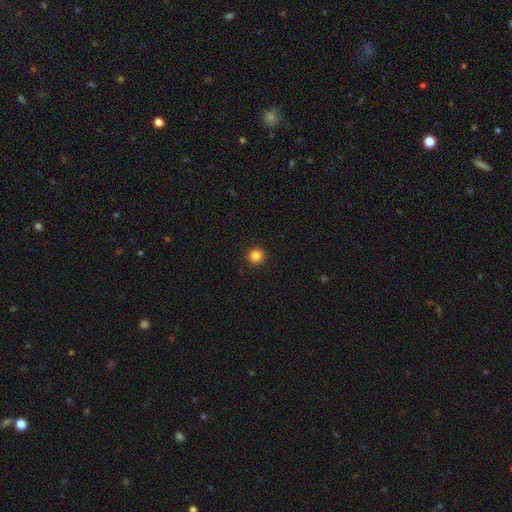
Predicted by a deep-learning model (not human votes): Smooth or featured: smooth — 84% (star or artifact — 12%)
How rounded: round — 96% (in between — 3%)
Merging: none — 93% (minor disturbance — 4%)